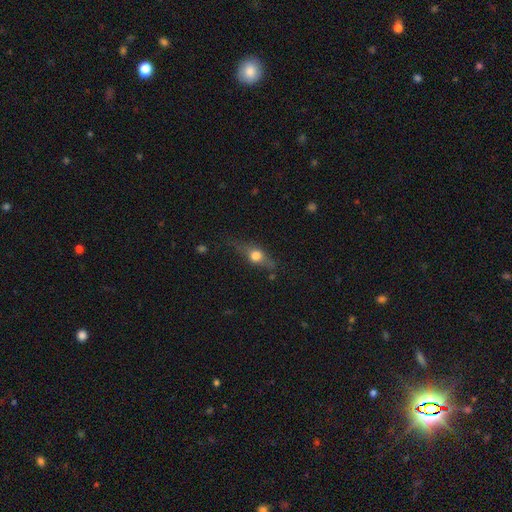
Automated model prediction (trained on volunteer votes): Smooth or featured?
  - smooth: 47% *
  - featured or disk: 42%
  - star or artifact: 11%
Merging?
  - none: 66% *
  - minor disturbance: 21%
  - major disturbance: 10%
  - merger: 3%